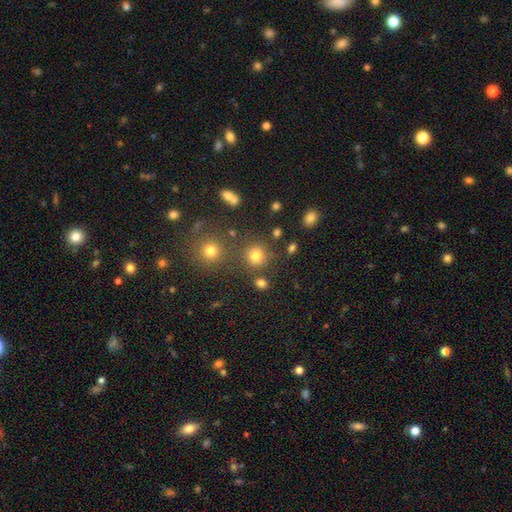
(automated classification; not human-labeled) Smooth or featured? Predicted: smooth (p=0.76). How rounded? Predicted: round (p=0.89). Merging? Predicted: none (p=0.77).